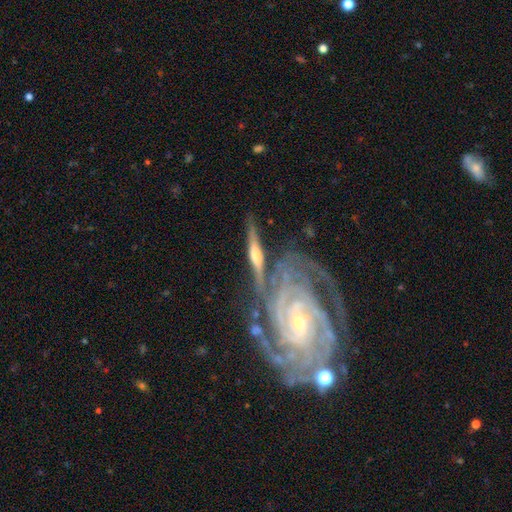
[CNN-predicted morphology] Smooth or featured?
  - featured or disk: 73% *
  - smooth: 21%
  - star or artifact: 6%
Edge-on disk?
  - yes: 81% *
  - no: 19%
Edge-on bulge?
  - rounded: 80% *
  - boxy: 10%
  - none: 10%
Merging?
  - none: 59% *
  - minor disturbance: 17%
  - merger: 16%
  - major disturbance: 8%